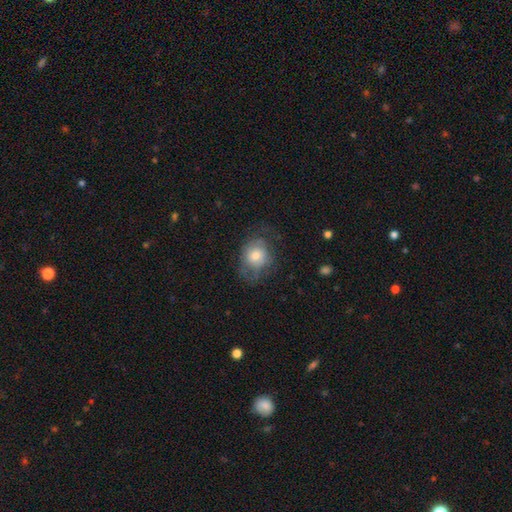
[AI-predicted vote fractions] The model was most divided on "how rounded": round: 63%, in between: 36%, cigar-shaped: 1%. More confident: smooth or featured — smooth (60%); merging — none (54%).